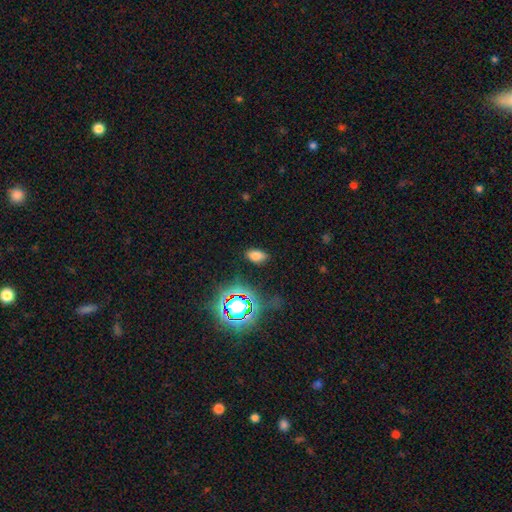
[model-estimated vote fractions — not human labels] smooth 70%, star or artifact 22%, featured or disk 8%. Down the decision tree: how rounded — in between (91%); merging — none (83%).